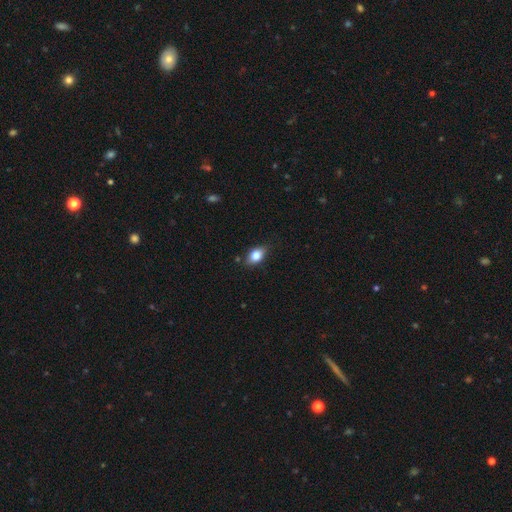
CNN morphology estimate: type=smooth (79%); roundness=in between (79%); merging=none (80%).